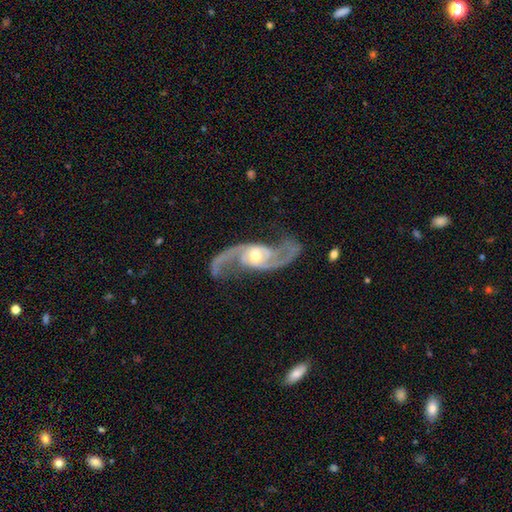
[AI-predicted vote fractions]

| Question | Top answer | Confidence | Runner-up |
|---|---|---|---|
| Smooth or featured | featured or disk | 93% | star or artifact (4%) |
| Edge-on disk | no | 97% | yes (3%) |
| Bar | no | 50% | weak (34%) |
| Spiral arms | yes | 98% | no (2%) |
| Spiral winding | loose | 56% | medium (35%) |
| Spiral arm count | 2 | 94% | can't tell (1%) |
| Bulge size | moderate | 60% | small (33%) |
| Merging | none | 75% | minor disturbance (13%) |